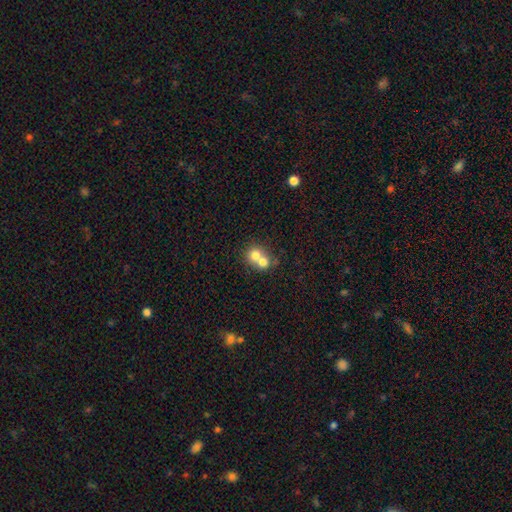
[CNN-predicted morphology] smooth 72%, featured or disk 18%, star or artifact 10%. Down the decision tree: how rounded — round (80%); merging — merger (66%).